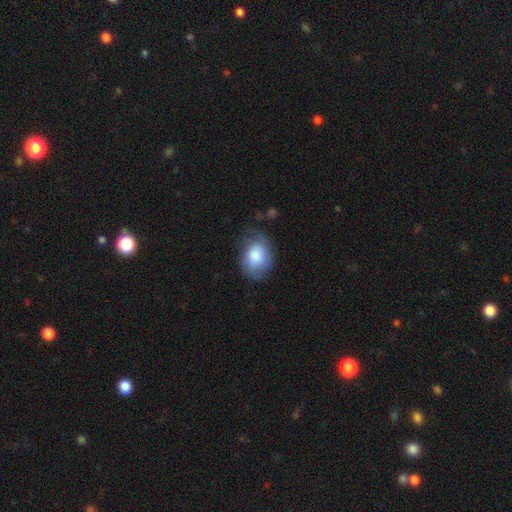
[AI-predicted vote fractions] Smooth or featured? smooth (79%)
How rounded? in between (71%)
Merging? none (54%)